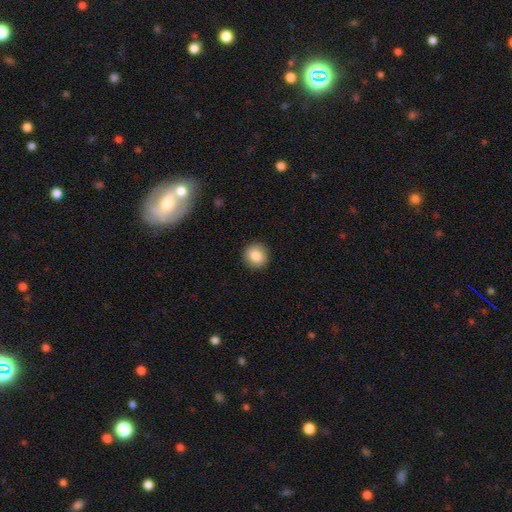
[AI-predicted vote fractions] Smooth or featured?
  - smooth: 86% *
  - star or artifact: 8%
  - featured or disk: 6%
How rounded?
  - round: 87% *
  - in between: 12%
  - cigar-shaped: 1%
Merging?
  - none: 91% *
  - minor disturbance: 6%
  - major disturbance: 2%
  - merger: 1%